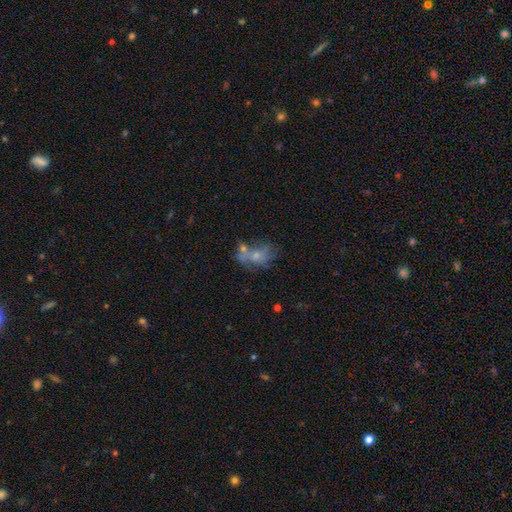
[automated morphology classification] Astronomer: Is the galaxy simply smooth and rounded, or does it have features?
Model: smooth — 47% (runner-up: featured or disk, 40%).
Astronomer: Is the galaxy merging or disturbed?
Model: none — 31% (runner-up: merger, 30%).